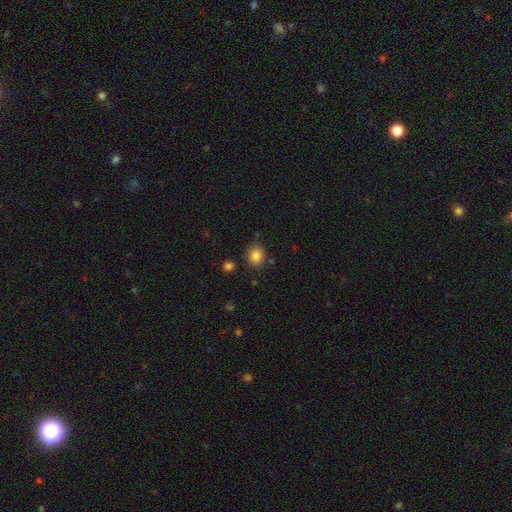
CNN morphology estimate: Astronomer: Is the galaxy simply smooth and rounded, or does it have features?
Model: smooth — 85%.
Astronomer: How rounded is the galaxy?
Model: round — 60% (runner-up: in between, 39%).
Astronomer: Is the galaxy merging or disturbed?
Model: none — 83%.